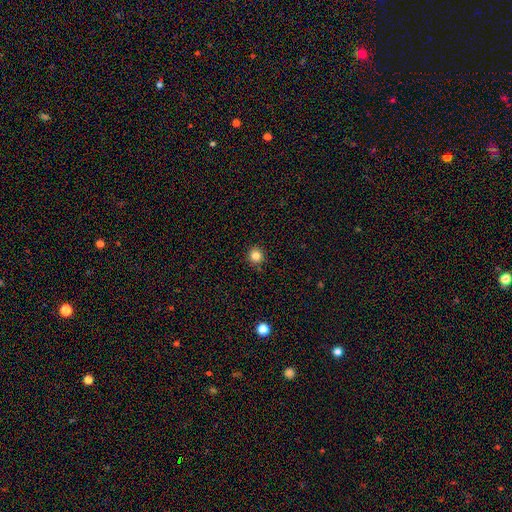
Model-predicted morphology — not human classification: Overall: smooth (84%). How rounded: round (95%). Merging: none (92%).